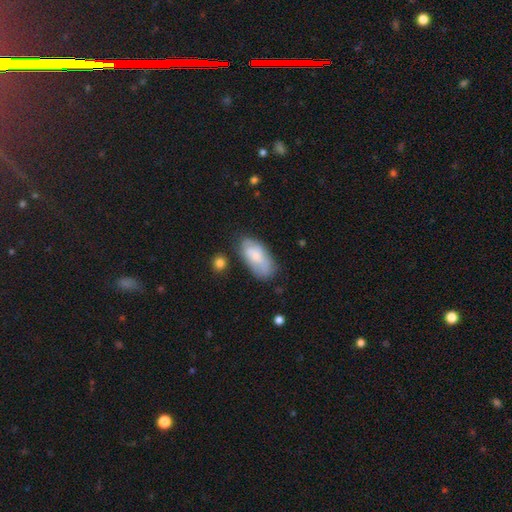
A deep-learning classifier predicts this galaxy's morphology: smooth_or_featured: smooth (p=0.60) [alt: featured or disk p=0.34]
how_rounded: in between (p=0.92) [alt: cigar-shaped p=0.05]
merging: none (p=0.62) [alt: minor disturbance p=0.25]